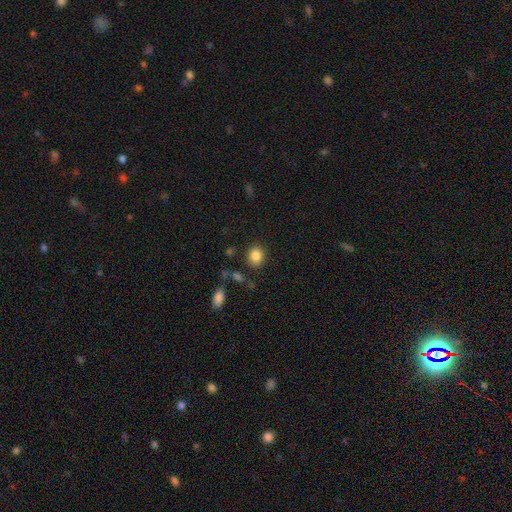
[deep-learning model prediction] smooth-or-featured: smooth: 85% | star or artifact: 10% | featured or disk: 5%
  how-rounded: round: 72% | in between: 27% | cigar-shaped: 1%
  merging: none: 84% | minor disturbance: 9% | merger: 3% | major disturbance: 3%